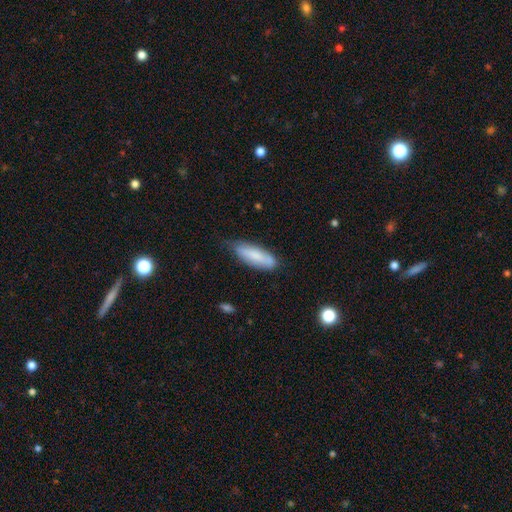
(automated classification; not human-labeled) smooth-or-featured: smooth: 77% | featured or disk: 17% | star or artifact: 6%
  how-rounded: in between: 52% | cigar-shaped: 46% | round: 2%
  merging: none: 65% | minor disturbance: 28% | major disturbance: 5% | merger: 2%